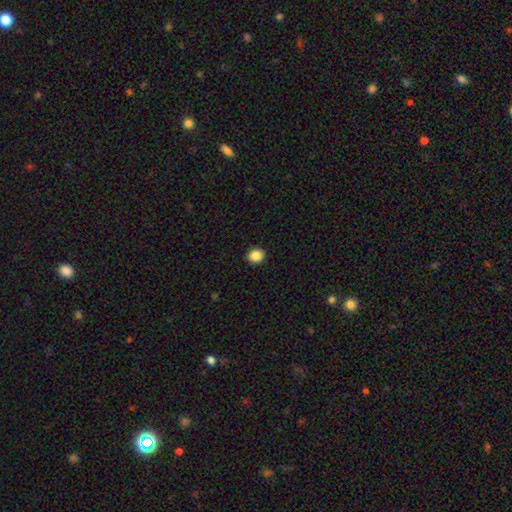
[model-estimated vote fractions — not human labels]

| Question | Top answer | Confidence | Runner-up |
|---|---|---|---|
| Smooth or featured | smooth | 87% | star or artifact (10%) |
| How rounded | round | 80% | in between (19%) |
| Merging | none | 92% | minor disturbance (5%) |